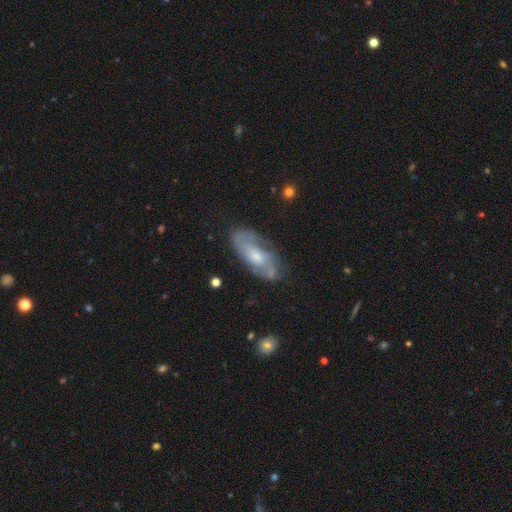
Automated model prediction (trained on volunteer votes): A featured or disk galaxy (71%) with no bar (64%), 2 (55%) medium (42%, tied with tight) spiral arms (85%) and a small central bulge (47%).

Vote fractions:
- Smooth or featured? featured or disk: 71% / smooth: 22% / star or artifact: 7%
- Edge-on disk? no: 89% / yes: 11%
- Bar? no: 64% / weak: 31% / strong: 6%
- Spiral arms? yes: 85% / no: 15%
- Spiral winding? medium: 42% (tied) / tight: 42% (tied) / loose: 16%
- Spiral arm count? 2: 55% / can't tell: 31% / 3: 6% / 1: 4% / 4: 2% / more than 4: 2%
- Bulge size? small: 47% / moderate: 45% / large: 3% / none: 3% / dominant: 1%
- Merging? none: 72% / minor disturbance: 19% / major disturbance: 6% / merger: 2%